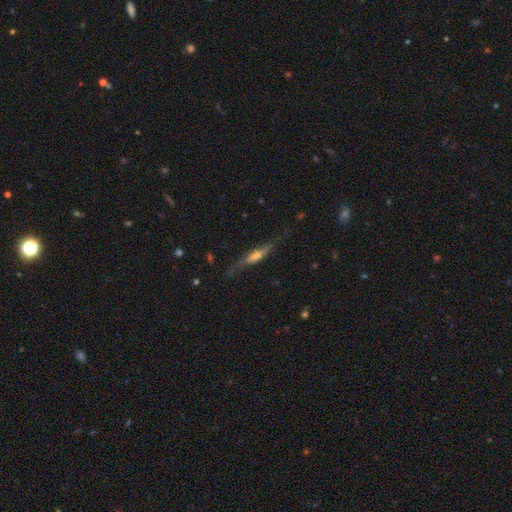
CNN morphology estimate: Smooth or featured? Predicted: featured or disk (p=0.61). Edge-on disk? Predicted: yes (p=0.91). Edge-on bulge? Predicted: rounded (p=0.61). Merging? Predicted: none (p=0.73).